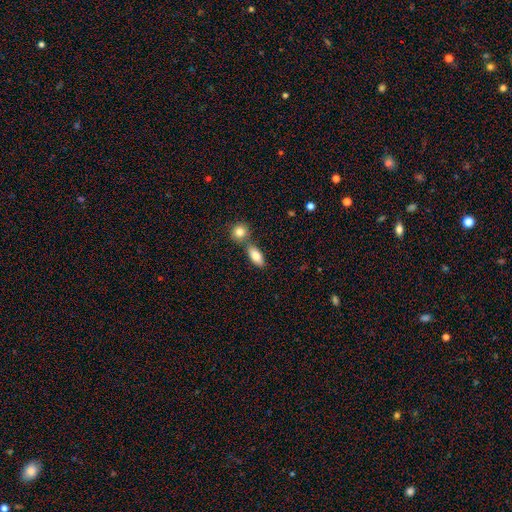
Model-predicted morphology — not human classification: The model was most divided on "merging": none: 60%, merger: 27%, minor disturbance: 10%, major disturbance: 3%. More confident: how rounded — in between (82%); smooth or featured — smooth (81%).